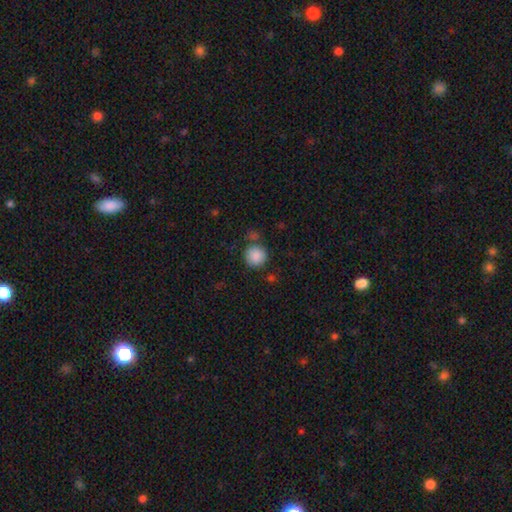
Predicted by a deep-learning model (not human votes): A smooth galaxy with no disk features (88%) that is round (94%). Merging: none (77%).